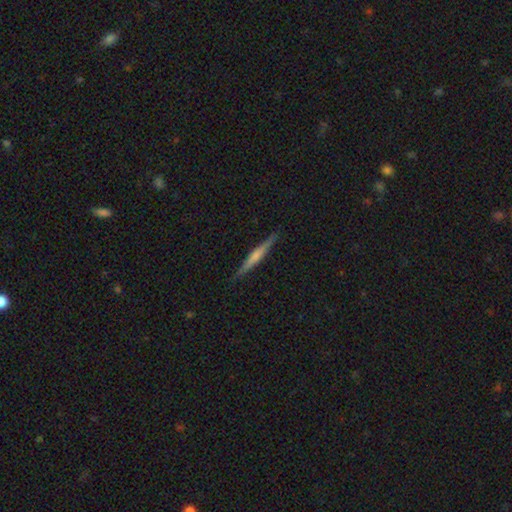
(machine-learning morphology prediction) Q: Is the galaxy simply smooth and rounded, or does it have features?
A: featured or disk — 68%.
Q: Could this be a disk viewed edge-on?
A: yes — 98%.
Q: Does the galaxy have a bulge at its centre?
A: rounded — 61%.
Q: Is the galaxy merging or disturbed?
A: none — 91%.